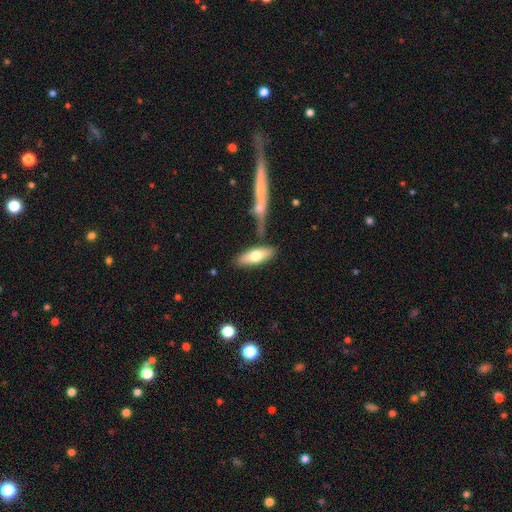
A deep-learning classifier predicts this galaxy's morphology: Smooth or featured?
  - smooth: 67% *
  - featured or disk: 27%
  - star or artifact: 6%
How rounded?
  - in between: 62% *
  - cigar-shaped: 35%
  - round: 2%
Merging?
  - none: 70% *
  - merger: 14%
  - minor disturbance: 13%
  - major disturbance: 4%